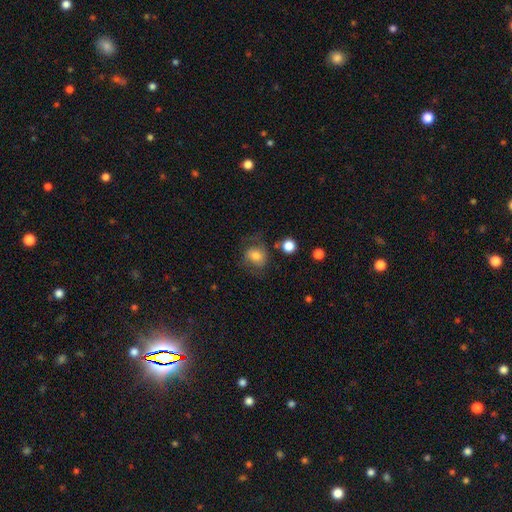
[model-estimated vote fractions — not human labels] Smooth or featured? Predicted: smooth (p=0.62). How rounded? Predicted: round (p=0.64). Merging? Predicted: none (p=0.55).